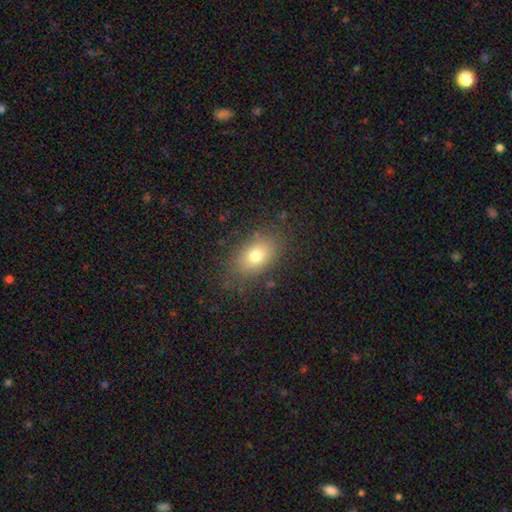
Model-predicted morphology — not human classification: A smooth galaxy with no disk features (76%) that is in between round and cigar-shaped (83%). Merging: none (82%).